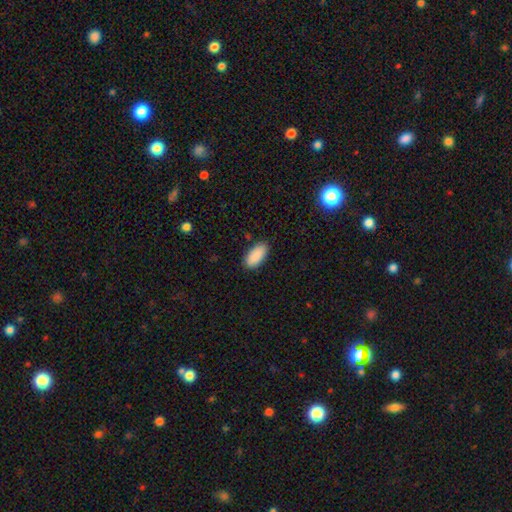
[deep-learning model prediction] Smooth or featured?
  - smooth: 91% *
  - star or artifact: 6%
  - featured or disk: 3%
How rounded?
  - in between: 93% *
  - cigar-shaped: 6%
  - round: 2%
Merging?
  - none: 87% *
  - minor disturbance: 10%
  - major disturbance: 2%
  - merger: 1%